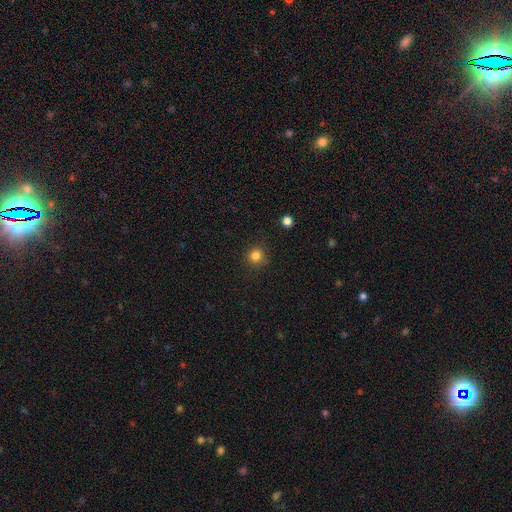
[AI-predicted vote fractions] This is clearly a smooth galaxy (83%). How rounded: clearly round (94%). Merging: clearly none (89%).